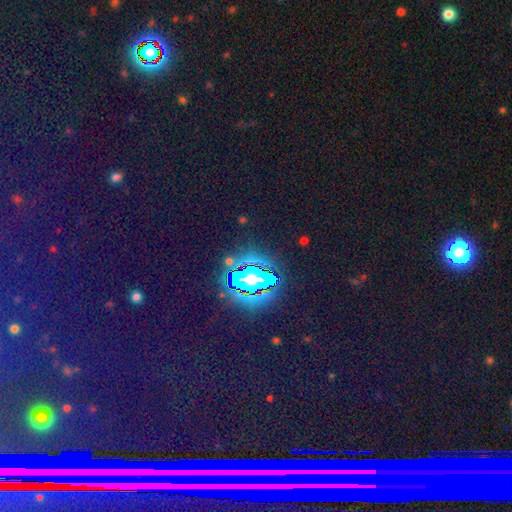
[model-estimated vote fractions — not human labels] Q: Smooth or featured?
A: star or artifact (78%); runner-up: smooth (13%)